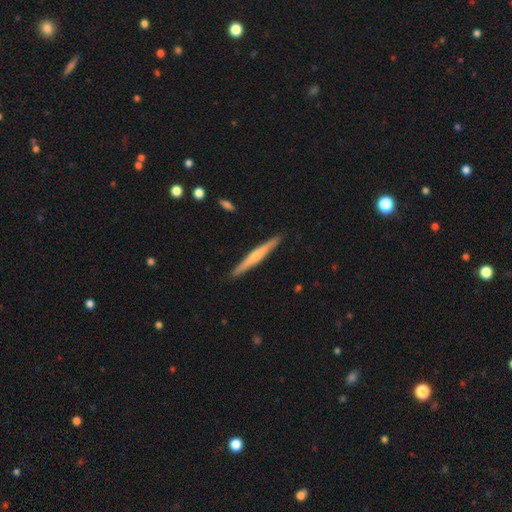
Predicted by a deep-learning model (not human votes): The model was most divided on "smooth or featured": featured or disk: 55%, smooth: 40%, star or artifact: 5%. More confident: edge-on disk — yes (97%); merging — none (90%); edge-on bulge — rounded (61%).